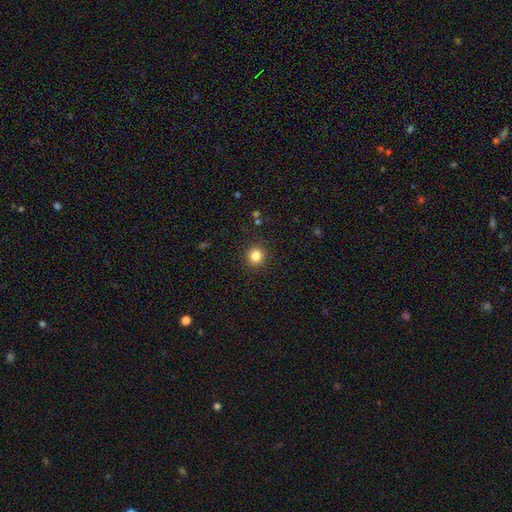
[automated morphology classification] smooth 83%, star or artifact 12%, featured or disk 5%. Down the decision tree: how rounded — round (91%); merging — none (91%).